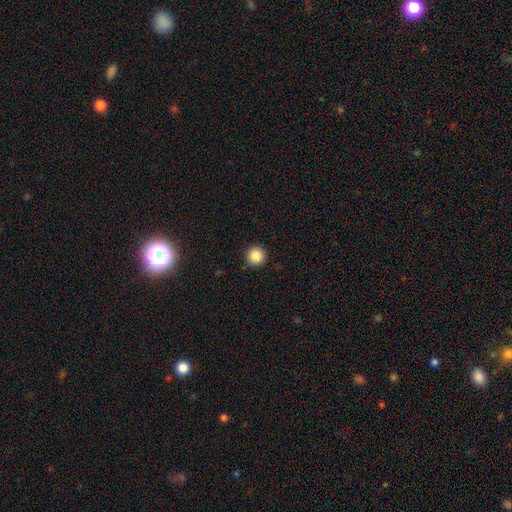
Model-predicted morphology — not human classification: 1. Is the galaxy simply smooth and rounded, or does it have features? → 86% smooth, 10% star or artifact, 4% featured or disk.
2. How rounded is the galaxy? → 96% round, 3% in between, 1% cigar-shaped.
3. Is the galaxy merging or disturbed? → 93% none, 5% minor disturbance, 2% major disturbance, 1% merger.